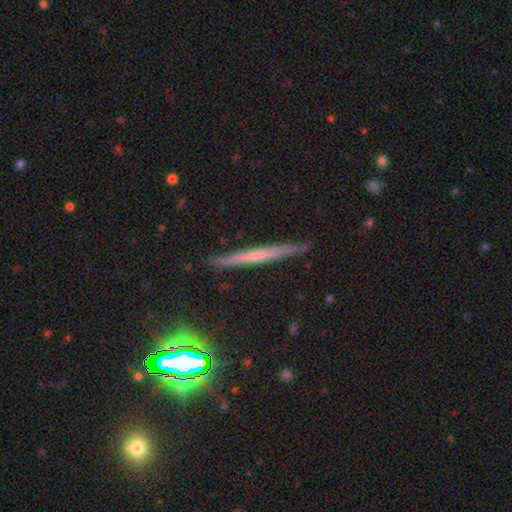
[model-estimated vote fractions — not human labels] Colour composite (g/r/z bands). It shows a featured or disk galaxy (50%). Merging: none (90%).